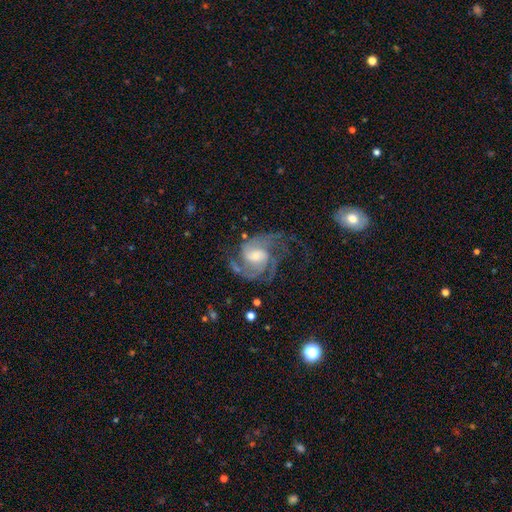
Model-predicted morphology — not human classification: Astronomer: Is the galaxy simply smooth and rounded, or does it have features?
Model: featured or disk — 89%.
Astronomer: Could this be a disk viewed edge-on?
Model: no — 98%.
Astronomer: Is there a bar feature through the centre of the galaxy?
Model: no — 47% (runner-up: weak, 42%).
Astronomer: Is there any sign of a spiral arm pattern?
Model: yes — 97%.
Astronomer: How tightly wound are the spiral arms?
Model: medium — 54%.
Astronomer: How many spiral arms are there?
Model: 2 — 48% (runner-up: 3, 24%).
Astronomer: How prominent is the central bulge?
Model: moderate — 45% (runner-up: small, 33%).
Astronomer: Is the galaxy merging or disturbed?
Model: none — 57%.